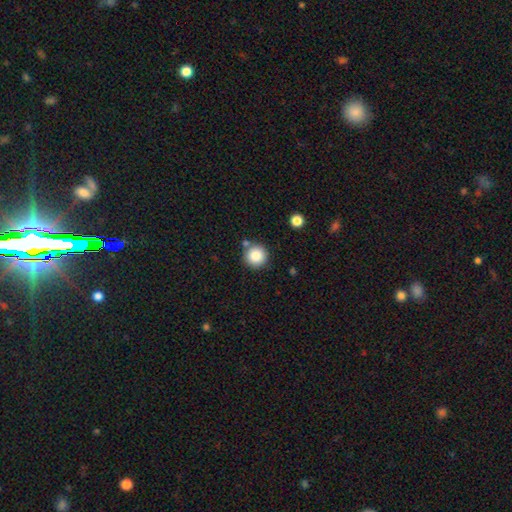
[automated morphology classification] smooth 85%, star or artifact 9%, featured or disk 6%. Down the decision tree: how rounded — round (95%); merging — none (80%).